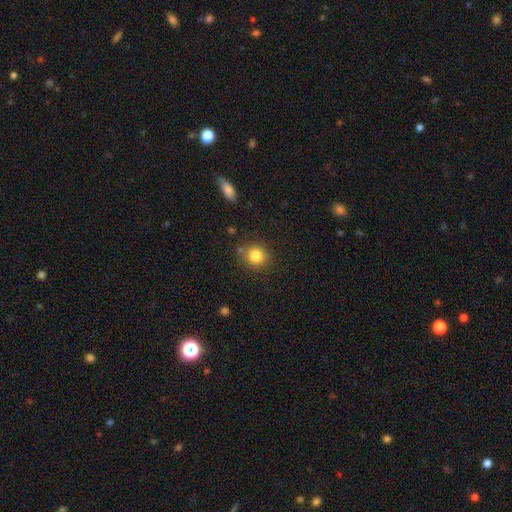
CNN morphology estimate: smooth_or_featured: smooth (p=0.83) [alt: star or artifact p=0.10]
how_rounded: round (p=0.86) [alt: in between p=0.13]
merging: none (p=0.82) [alt: minor disturbance p=0.10]